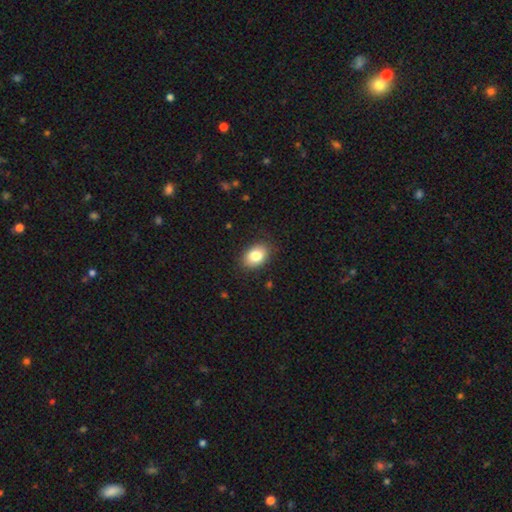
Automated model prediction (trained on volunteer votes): Q: Smooth or featured?
A: smooth (82%); runner-up: featured or disk (10%)
Q: How rounded?
A: in between (82%); runner-up: round (17%)
Q: Merging?
A: none (86%); runner-up: minor disturbance (10%)